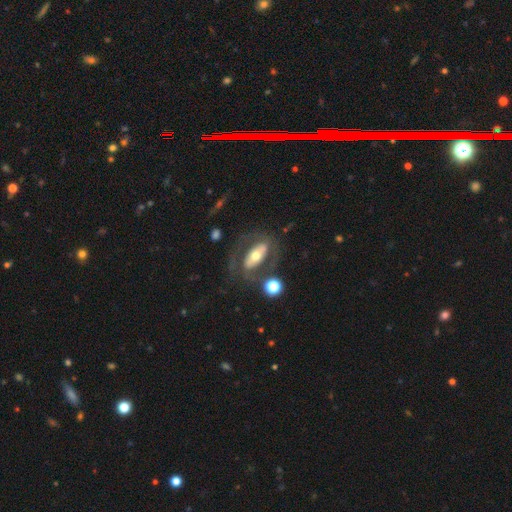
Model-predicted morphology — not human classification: This is likely a featured or disk galaxy (61%). It is clearly not viewed edge-on (85%). Bar: marginally no (42%). Spiral arm pattern: possibly no (57%). Central bulge: likely moderate (61%). Merging: likely none (61%).